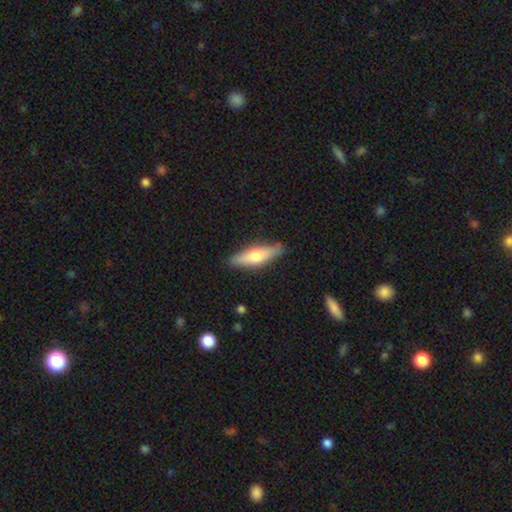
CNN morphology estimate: smooth 57%, featured or disk 38%, star or artifact 5%. Down the decision tree: how rounded — cigar-shaped (61%); merging — none (85%).